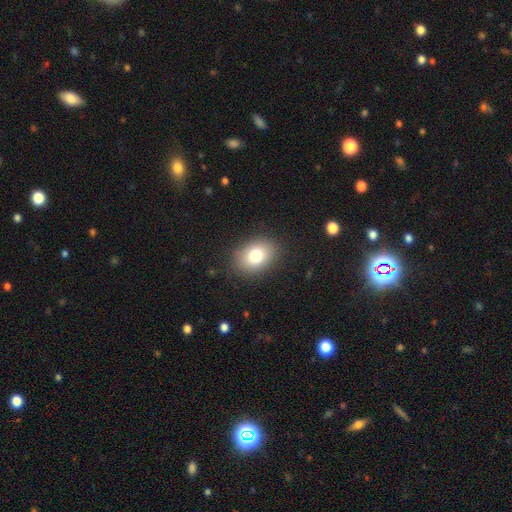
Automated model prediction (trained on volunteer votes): smooth 79%, featured or disk 11%, star or artifact 10%. Down the decision tree: how rounded — in between (69%); merging — none (87%).